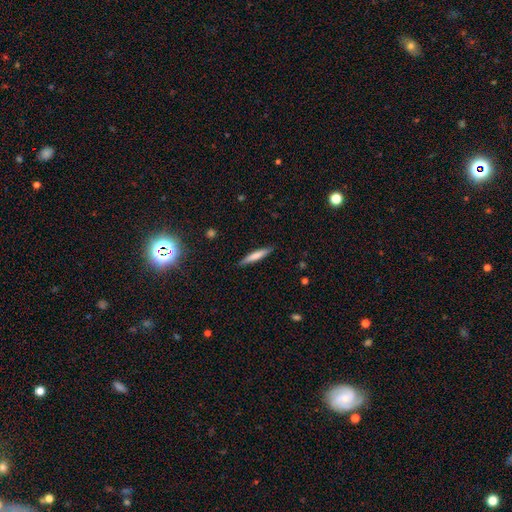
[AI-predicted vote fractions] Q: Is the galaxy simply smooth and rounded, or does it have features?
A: smooth — 68%.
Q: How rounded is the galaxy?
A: cigar-shaped — 92%.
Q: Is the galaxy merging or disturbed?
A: none — 89%.